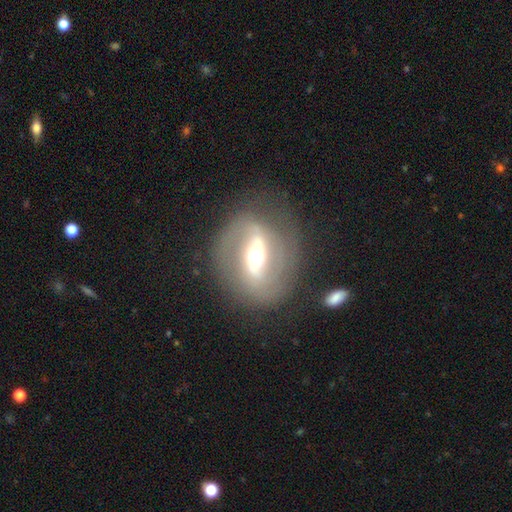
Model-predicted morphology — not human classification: featured or disk 80%, smooth 13%, star or artifact 6%. Down the decision tree: edge-on disk — no (91%); bar — strong (64%); spiral arms — yes (75%); spiral arm count — 2 (86%); spiral winding — medium (42%); bulge size — moderate (66%); merging — none (76%).